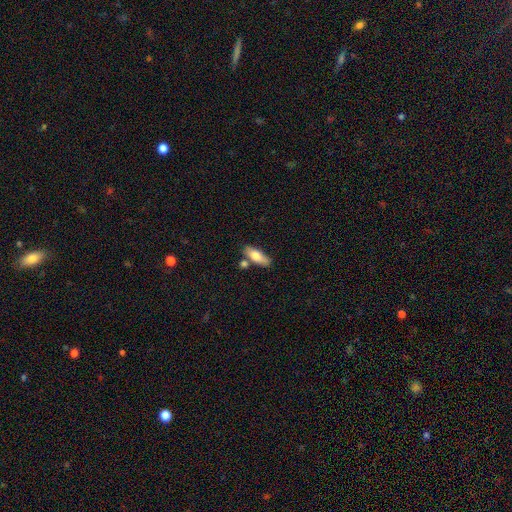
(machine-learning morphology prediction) type=smooth (76%); roundness=in between (70%); merging=none (68%).